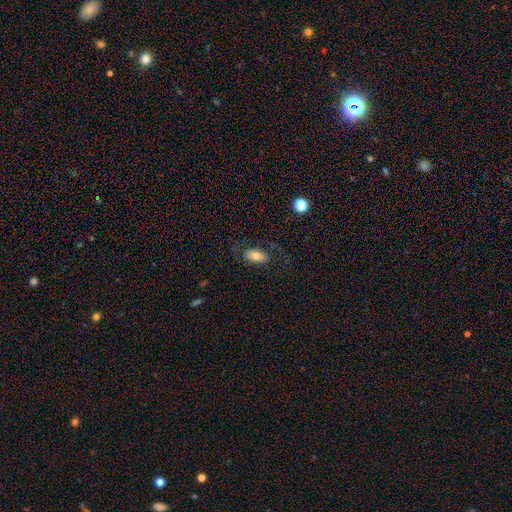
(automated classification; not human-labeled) Morphology: type=smooth (71%); roundness=in between (90%); merging=none (69%).